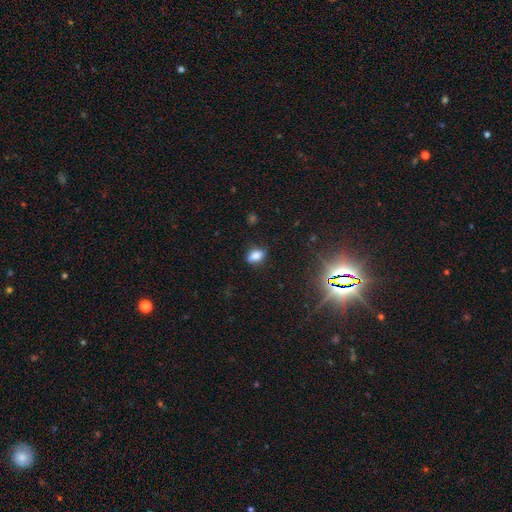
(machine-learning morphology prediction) A smooth galaxy with no disk features (80%) that is in between round and cigar-shaped (83%). Merging: none (79%).